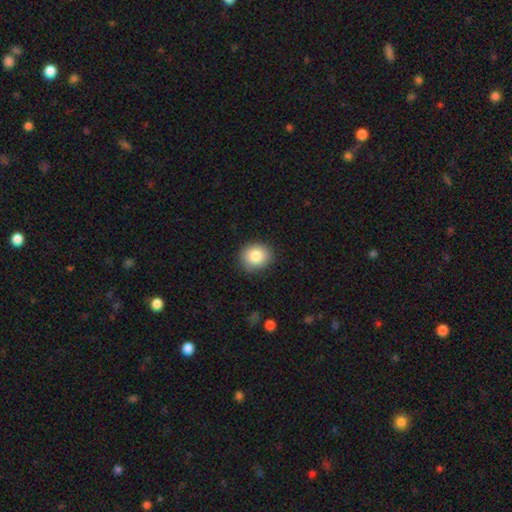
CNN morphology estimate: smooth-or-featured: smooth: 84% | star or artifact: 9% | featured or disk: 7%
  how-rounded: round: 79% | in between: 20% | cigar-shaped: 1%
  merging: none: 87% | minor disturbance: 9% | major disturbance: 2% | merger: 1%